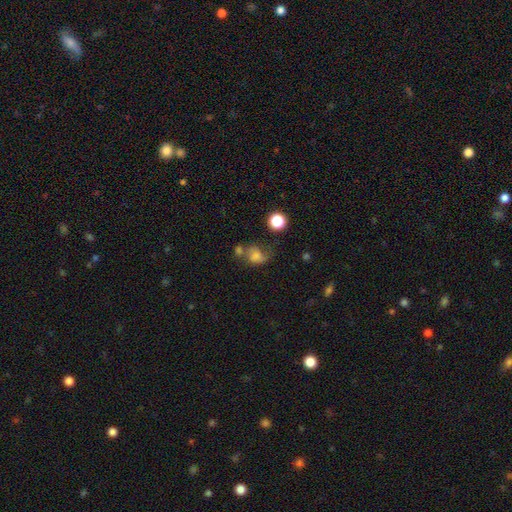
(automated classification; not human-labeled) Overall: smooth (62%; featured or disk 23%). How rounded: round (51%; in between 48%). Merging: none (35%; minor disturbance 23%).